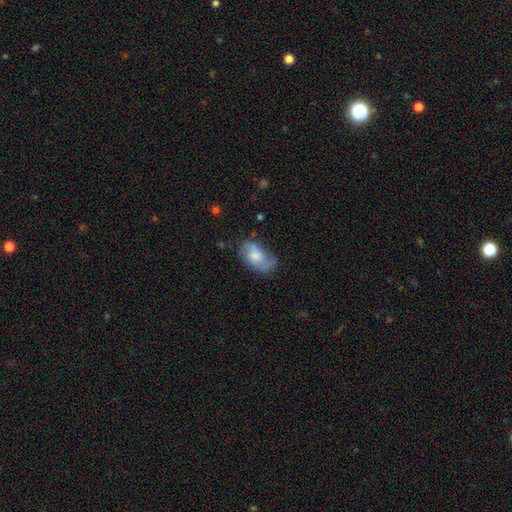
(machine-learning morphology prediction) This appears to be a featured or disk galaxy (55%) with no bar (58%), spiral arms (84%) and a moderate central bulge (46%). Merging: none (56%).